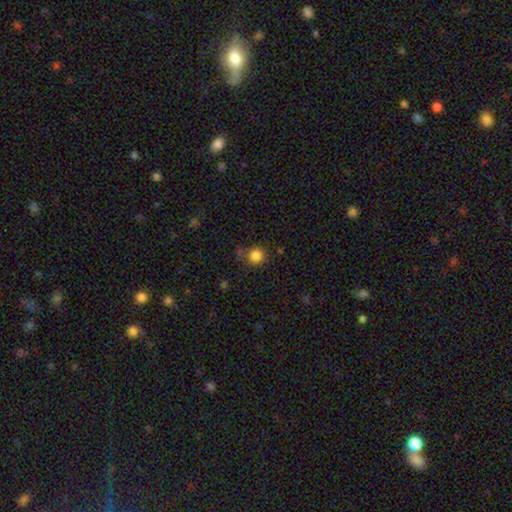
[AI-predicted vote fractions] A smooth galaxy with no disk features (84%) that is round (91%).

Vote fractions:
- Smooth or featured? smooth: 84% / star or artifact: 12% / featured or disk: 4%
- How rounded? round: 91% / in between: 9% / cigar-shaped: 1%
- Merging? none: 75% / minor disturbance: 15% / merger: 6% / major disturbance: 5%